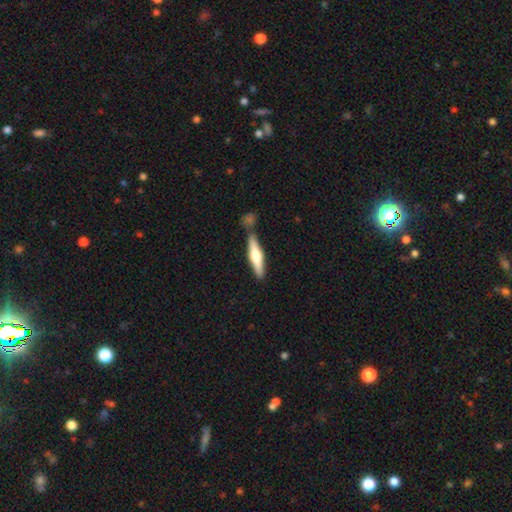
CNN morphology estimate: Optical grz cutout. It shows a featured or disk galaxy (53%) viewed edge-on (95%) with a rounded central bulge (90%). Merging: none (72%).